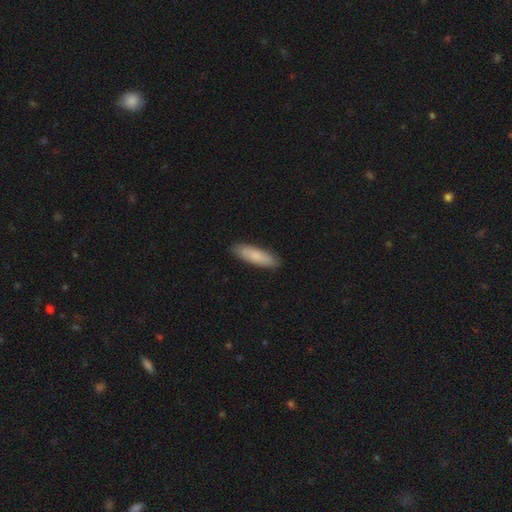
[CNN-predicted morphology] The model was most divided on "how rounded": cigar-shaped: 60%, in between: 39%, round: 2%. More confident: merging — none (88%); smooth or featured — smooth (80%).